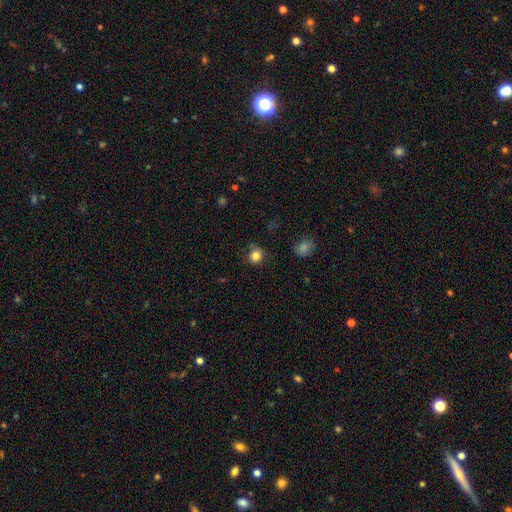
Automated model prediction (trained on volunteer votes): Smooth or featured? smooth (83%)
How rounded? round (89%)
Merging? none (75%)